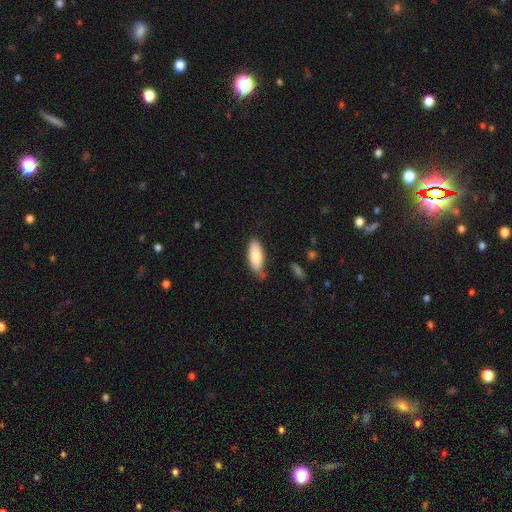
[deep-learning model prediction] Smooth or featured? Predicted: smooth (p=0.79). How rounded? Predicted: in between (p=0.80). Merging? Predicted: none (p=0.76).